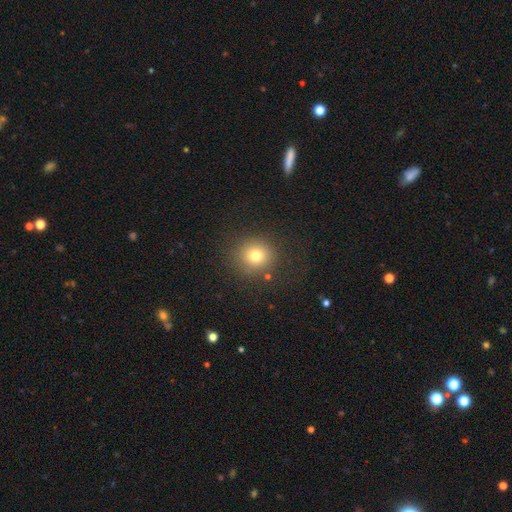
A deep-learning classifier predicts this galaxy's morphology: Smooth or featured? Predicted: smooth (p=0.76). How rounded? Predicted: round (p=0.90). Merging? Predicted: none (p=0.86).